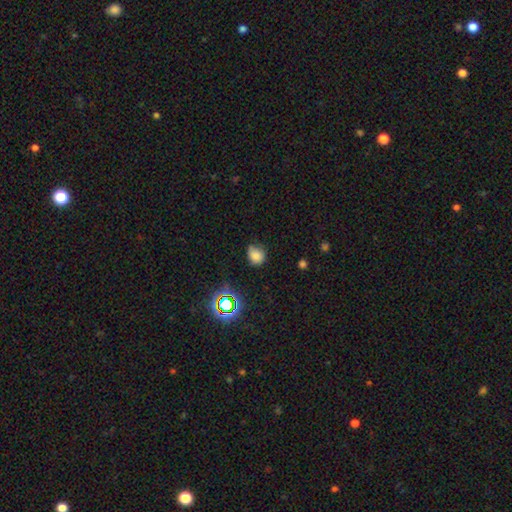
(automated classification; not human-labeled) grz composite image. It shows a smooth galaxy with no disk features (75%) that is round (64%). Merging: none (59%).